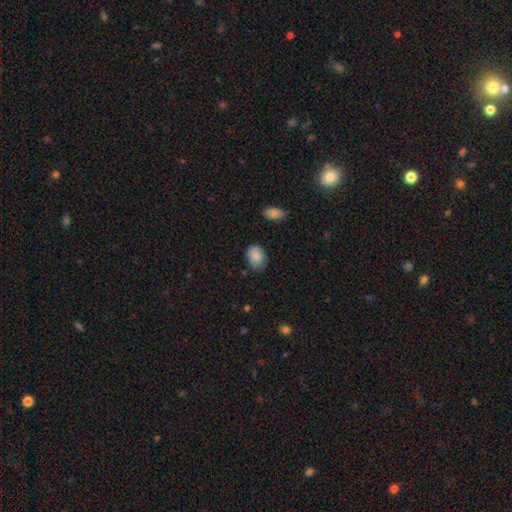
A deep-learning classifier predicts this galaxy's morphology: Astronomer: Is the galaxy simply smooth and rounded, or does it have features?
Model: smooth — 86%.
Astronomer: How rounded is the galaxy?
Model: in between — 65%.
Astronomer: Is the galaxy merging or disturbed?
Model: none — 70%.